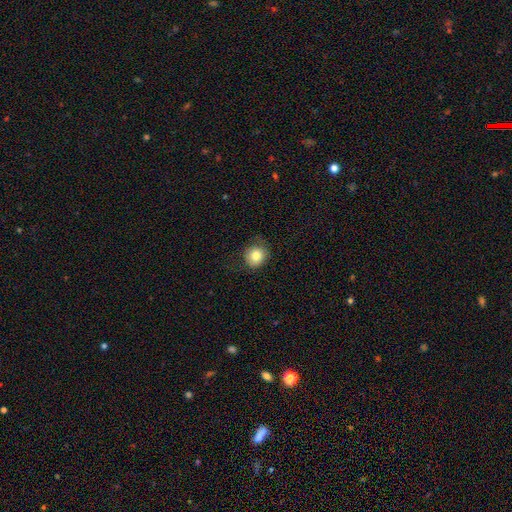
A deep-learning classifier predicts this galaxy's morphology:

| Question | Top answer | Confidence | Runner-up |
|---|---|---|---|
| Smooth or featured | smooth | 81% | star or artifact (10%) |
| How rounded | round | 83% | in between (16%) |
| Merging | none | 72% | minor disturbance (20%) |